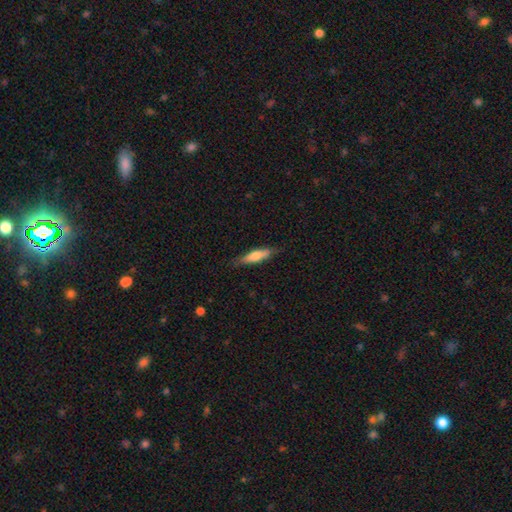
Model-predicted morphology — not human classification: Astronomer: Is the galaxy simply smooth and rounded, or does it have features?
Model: smooth — 67%.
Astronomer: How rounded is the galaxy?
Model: cigar-shaped — 75%.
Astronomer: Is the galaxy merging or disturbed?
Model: none — 81%.